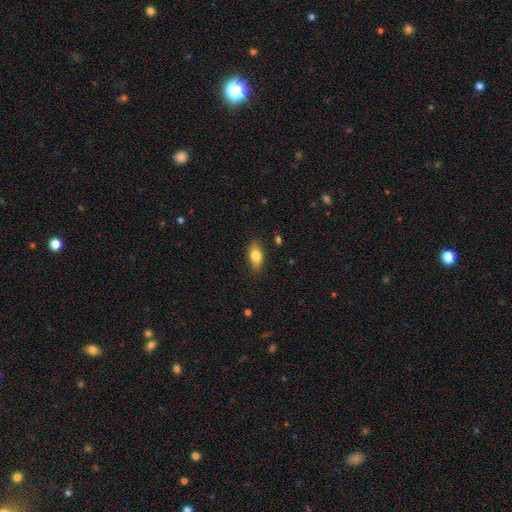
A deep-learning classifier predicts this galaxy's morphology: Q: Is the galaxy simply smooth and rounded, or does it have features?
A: smooth — 77%.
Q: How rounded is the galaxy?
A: in between — 85%.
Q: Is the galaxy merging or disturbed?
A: none — 84%.